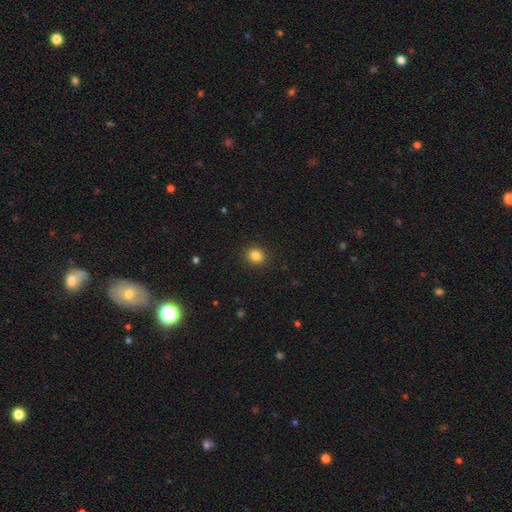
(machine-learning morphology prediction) Smooth or featured: smooth — 84% (star or artifact — 11%)
How rounded: round — 76% (in between — 23%)
Merging: none — 91% (minor disturbance — 6%)